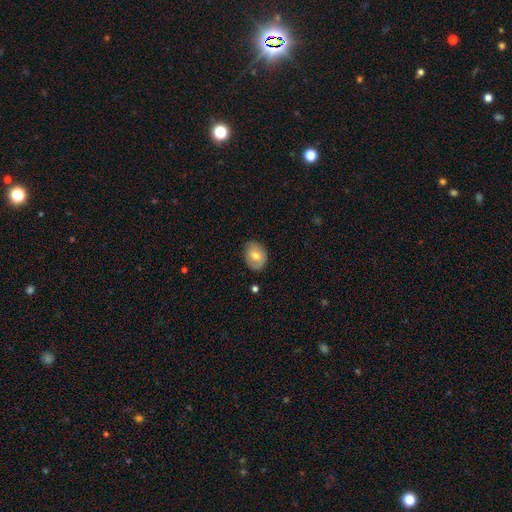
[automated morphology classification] Smooth or featured? smooth (68%)
How rounded? in between (56%)
Merging? none (78%)